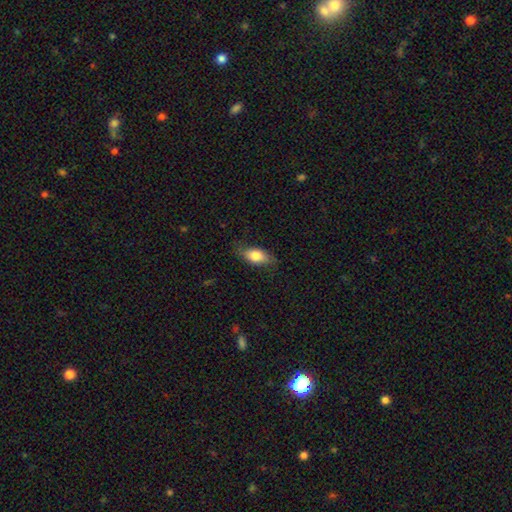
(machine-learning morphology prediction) smooth 77%, featured or disk 17%, star or artifact 7%. Down the decision tree: how rounded — in between (85%); merging — none (73%).